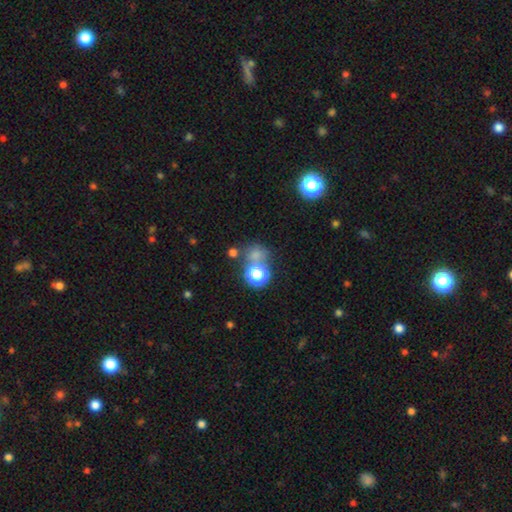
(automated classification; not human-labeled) Q: Smooth or featured?
A: smooth (53%); runner-up: star or artifact (37%)
Q: How rounded?
A: round (80%); runner-up: in between (19%)
Q: Merging?
A: none (58%); runner-up: merger (26%)